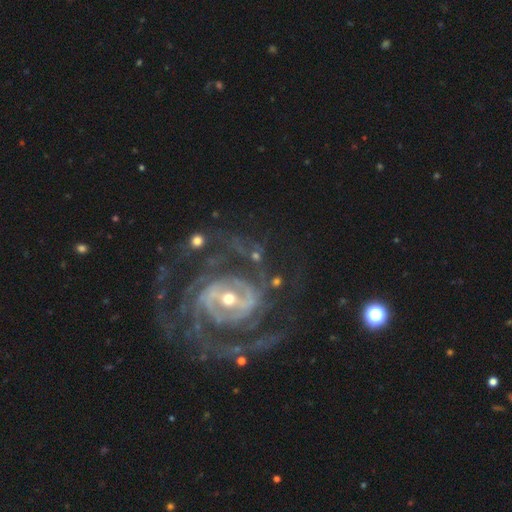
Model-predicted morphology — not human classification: type=featured or disk (87%); edge-on=no (97%); bar=strong (48%); spiral arms=yes (94%); winding=tight (53%); arm count=2 (31%); bulge=moderate (51%); merging=none (65%).